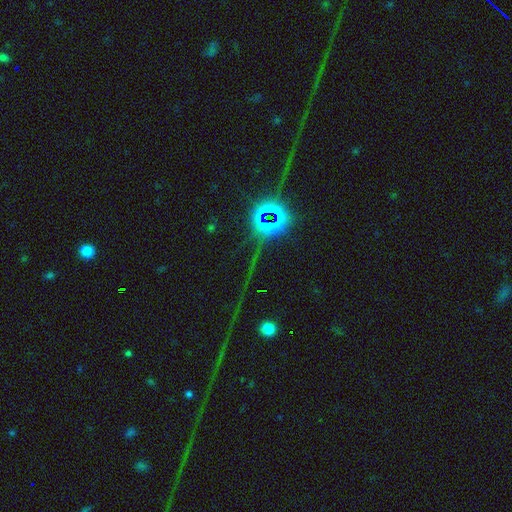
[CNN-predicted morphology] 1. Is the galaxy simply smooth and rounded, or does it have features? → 74% star or artifact, 14% featured or disk, 12% smooth.